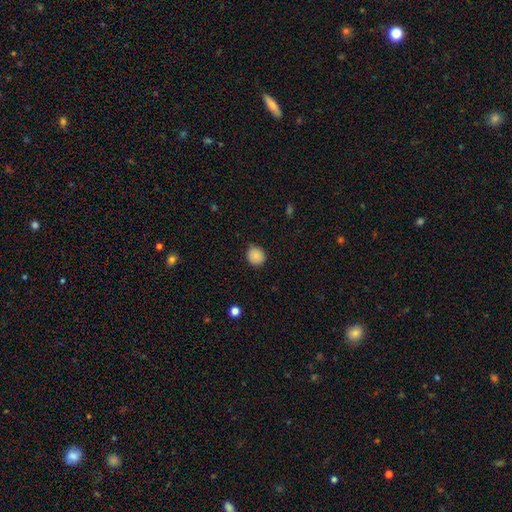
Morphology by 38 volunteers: smooth_or_featured: smooth (p=0.87) [alt: star or artifact p=0.08]
how_rounded: round (p=0.94) [alt: in between p=0.06]
merging: none (p=0.71) [alt: minor disturbance p=0.20]